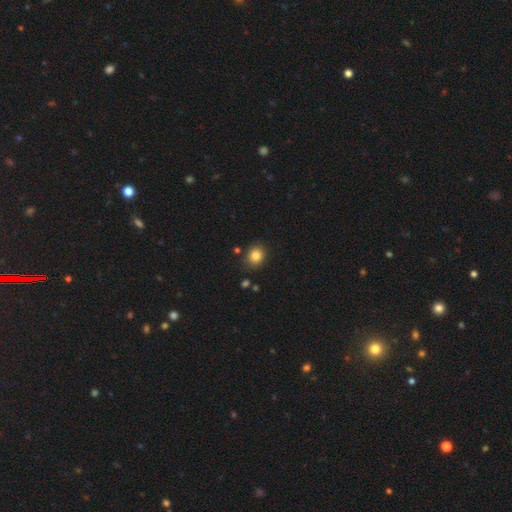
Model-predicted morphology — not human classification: Smooth or featured?
  - smooth: 84% *
  - star or artifact: 11%
  - featured or disk: 5%
How rounded?
  - round: 71% *
  - in between: 28%
  - cigar-shaped: 1%
Merging?
  - none: 85% *
  - minor disturbance: 10%
  - merger: 3%
  - major disturbance: 3%